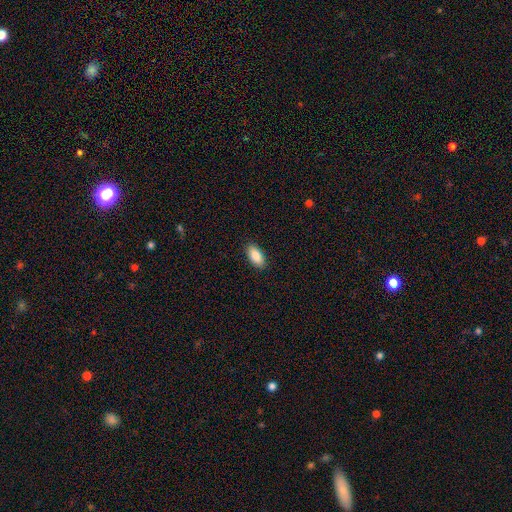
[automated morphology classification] The model was most divided on "smooth or featured": smooth: 87%, star or artifact: 6%, featured or disk: 6%. More confident: how rounded — in between (90%); merging — none (90%).